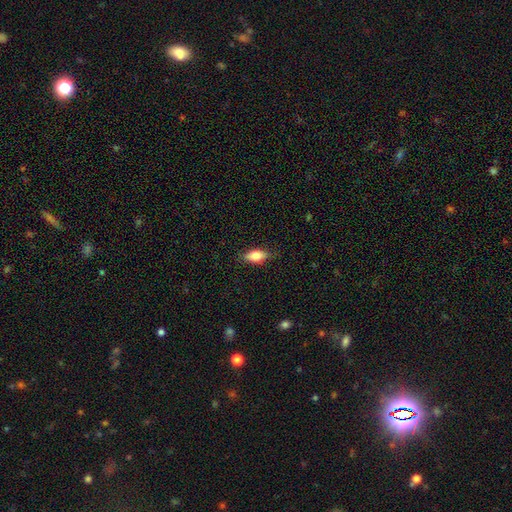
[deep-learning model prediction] smooth-or-featured: smooth: 79% | featured or disk: 14% | star or artifact: 7%
  how-rounded: in between: 83% | cigar-shaped: 13% | round: 4%
  merging: none: 83% | minor disturbance: 13% | major disturbance: 3% | merger: 1%